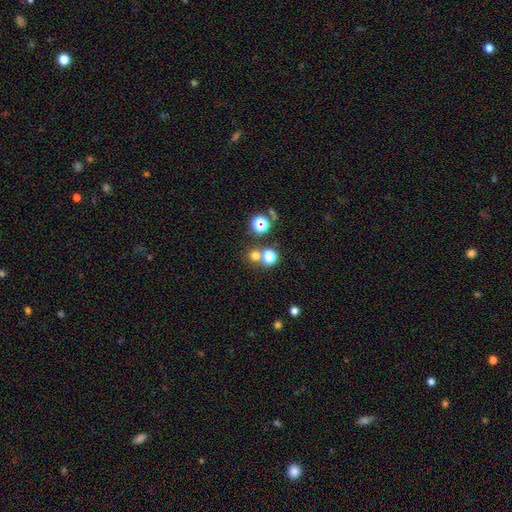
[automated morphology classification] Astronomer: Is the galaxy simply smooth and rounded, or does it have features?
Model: smooth — 67%.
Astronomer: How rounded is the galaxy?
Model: round — 91%.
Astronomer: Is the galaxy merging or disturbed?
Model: none — 64%.